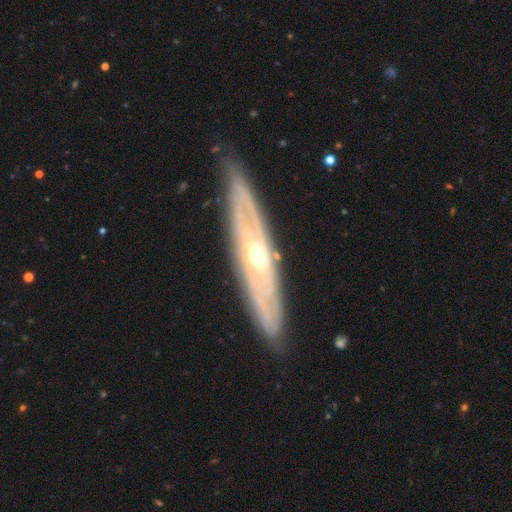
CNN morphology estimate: smooth-or-featured: featured or disk: 82% | smooth: 13% | star or artifact: 5%
  disk-edge-on: no: 52% | yes: 48%
  merging: none: 84% | minor disturbance: 12% | major disturbance: 3% | merger: 1%